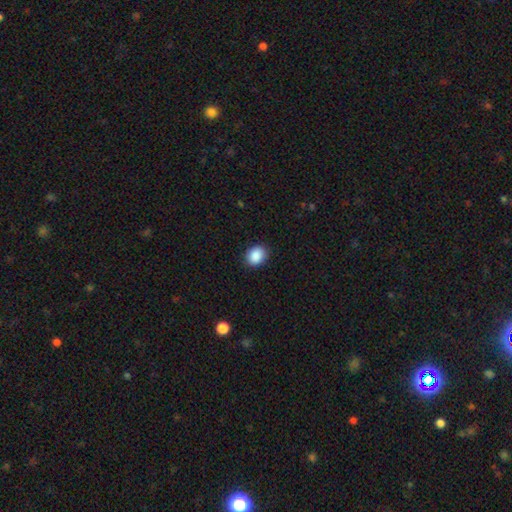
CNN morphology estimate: This appears to be a smooth galaxy with no disk features (89%) that is round (55%). Merging: none (89%).